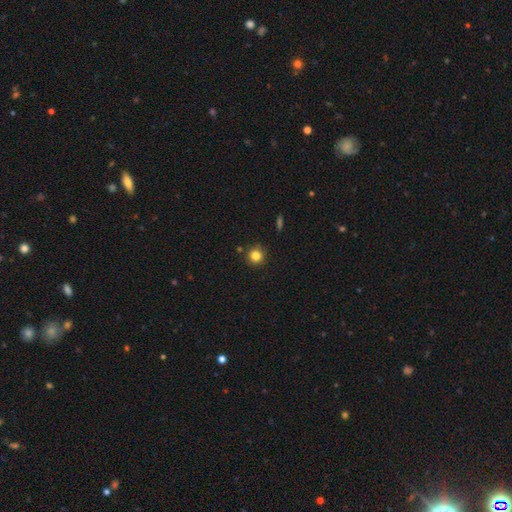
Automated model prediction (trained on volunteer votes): A smooth galaxy with no disk features (83%) that is round (93%). Merging: none (87%).